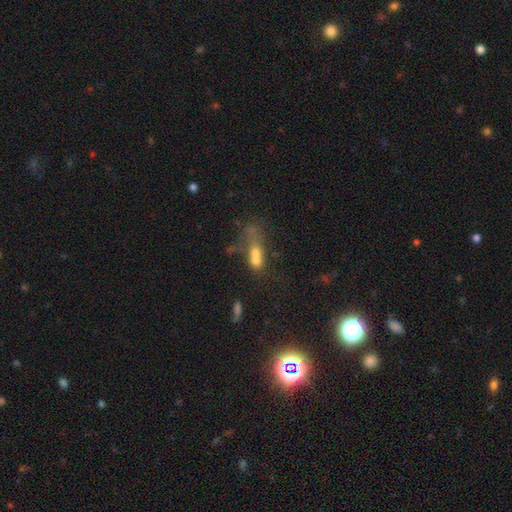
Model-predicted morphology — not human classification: Smooth or featured? smooth (39%)
Merging? merger (39%)